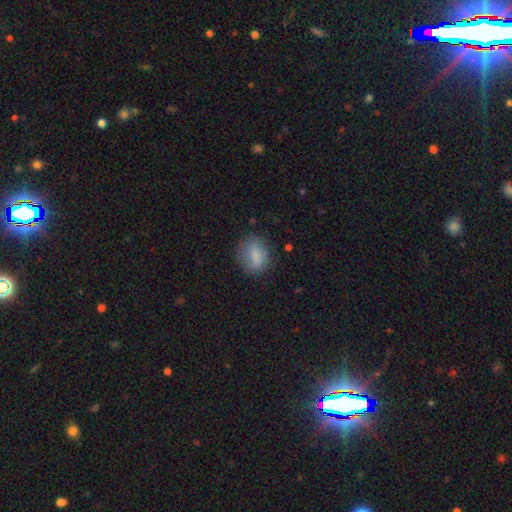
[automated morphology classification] type=smooth (79%); roundness=in between (59%); merging=none (74%).